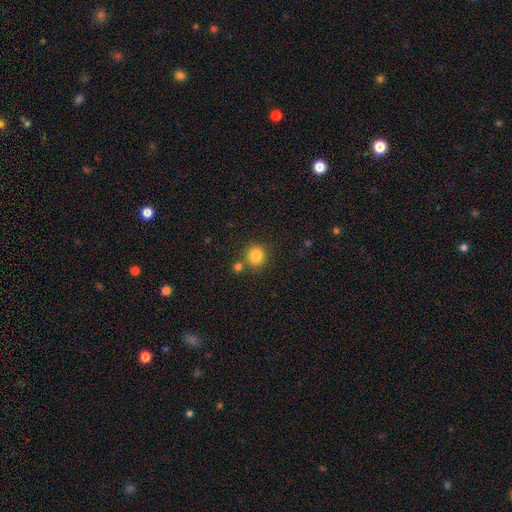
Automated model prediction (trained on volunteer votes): smooth 83%, star or artifact 11%, featured or disk 6%. Down the decision tree: how rounded — round (90%); merging — none (74%).